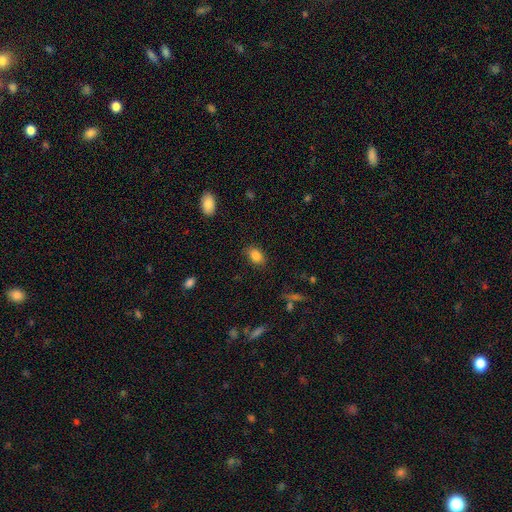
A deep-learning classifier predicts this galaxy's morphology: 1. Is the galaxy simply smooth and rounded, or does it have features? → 84% smooth, 9% star or artifact, 7% featured or disk.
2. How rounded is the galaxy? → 82% in between, 16% round, 2% cigar-shaped.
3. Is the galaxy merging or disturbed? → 82% none, 13% minor disturbance, 3% major disturbance, 1% merger.